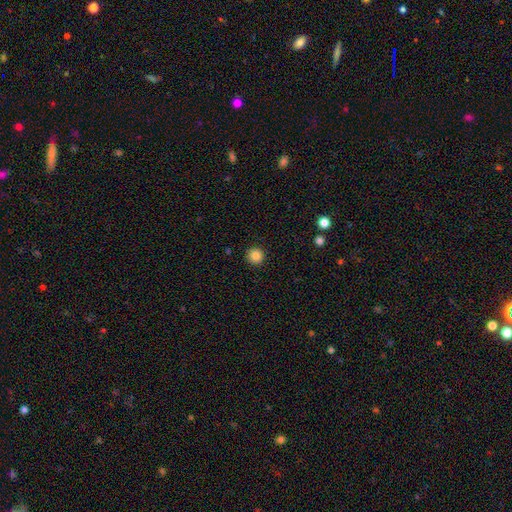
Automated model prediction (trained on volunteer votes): Smooth or featured? smooth (86%)
How rounded? round (96%)
Merging? none (93%)